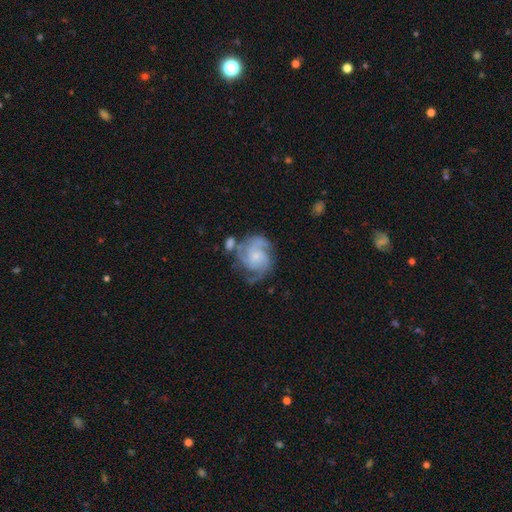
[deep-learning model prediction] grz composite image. It shows a featured or disk galaxy (81%) with no bar (70%), 3 (37%) tight (45%) spiral arms (95%) and a small central bulge (53%). Merging: none (54%).